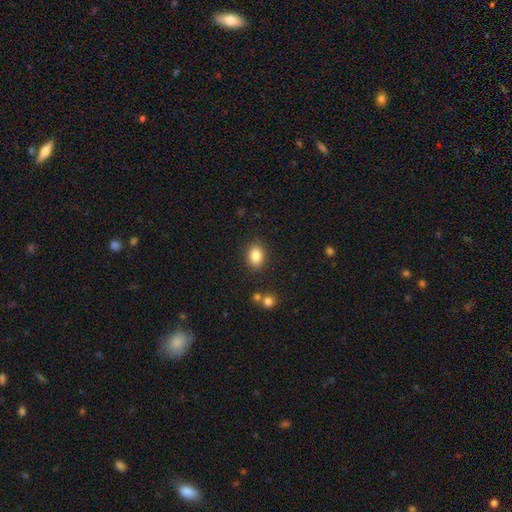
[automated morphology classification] smooth 86%, star or artifact 9%, featured or disk 5%. Down the decision tree: how rounded — in between (70%); merging — none (86%).